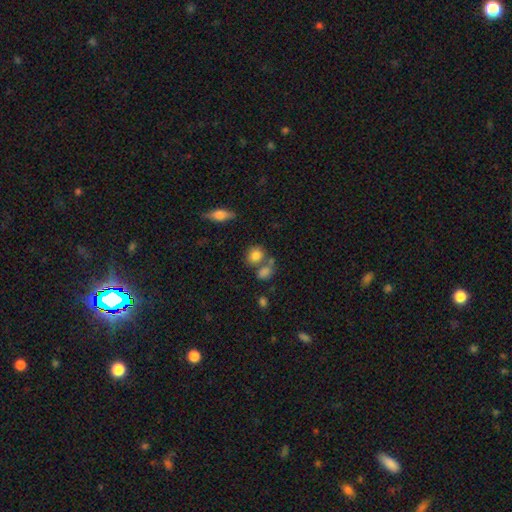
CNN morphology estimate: type=smooth (79%); roundness=round (62%); merging=none (54%).